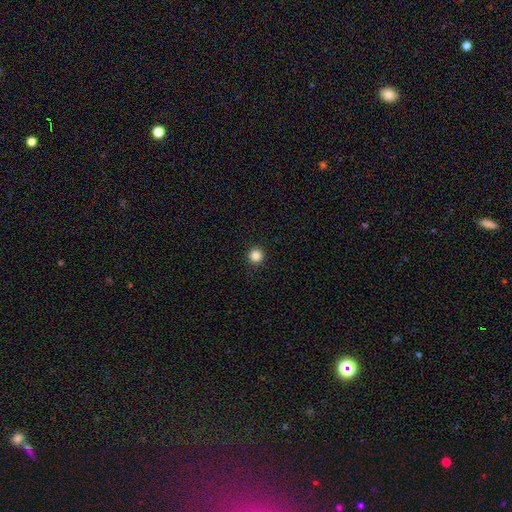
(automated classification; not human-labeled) smooth-or-featured: smooth: 86% | star or artifact: 11% | featured or disk: 3%
  how-rounded: round: 96% | in between: 3% | cigar-shaped: 1%
  merging: none: 93% | minor disturbance: 4% | major disturbance: 2% | merger: 1%